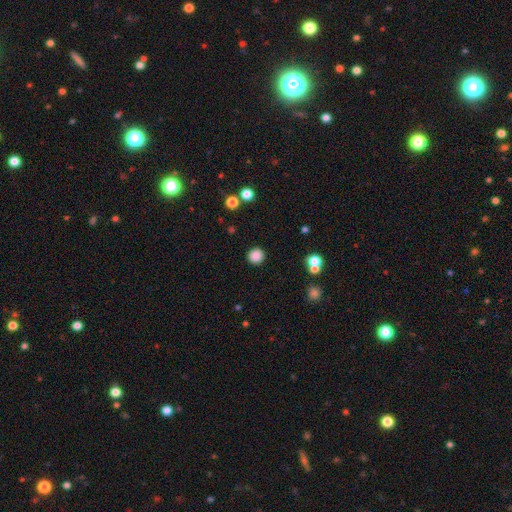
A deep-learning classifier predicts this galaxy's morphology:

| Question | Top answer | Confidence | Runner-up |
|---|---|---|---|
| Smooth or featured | smooth | 85% | star or artifact (11%) |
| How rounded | round | 94% | in between (5%) |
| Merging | none | 90% | minor disturbance (5%) |